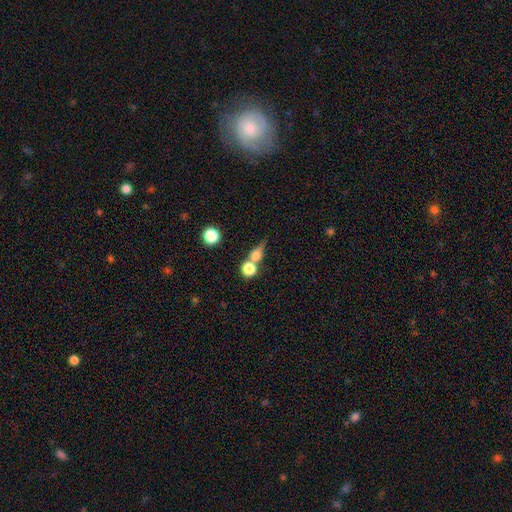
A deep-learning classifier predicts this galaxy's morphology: A smooth galaxy with no disk features (64%) that is round (60%). Merging: merger (41%, tied with none).